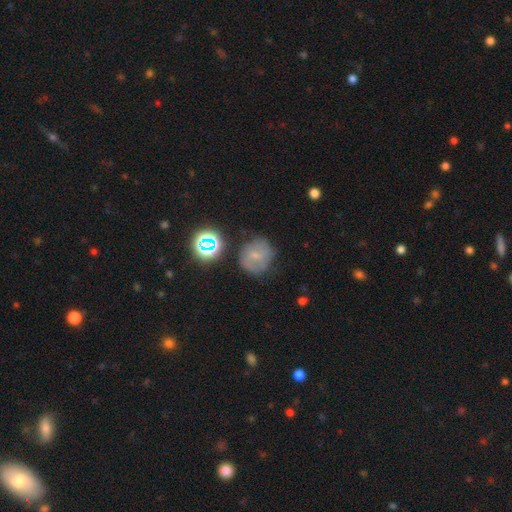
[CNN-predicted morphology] Smooth or featured? smooth (48%)
Merging? none (67%)